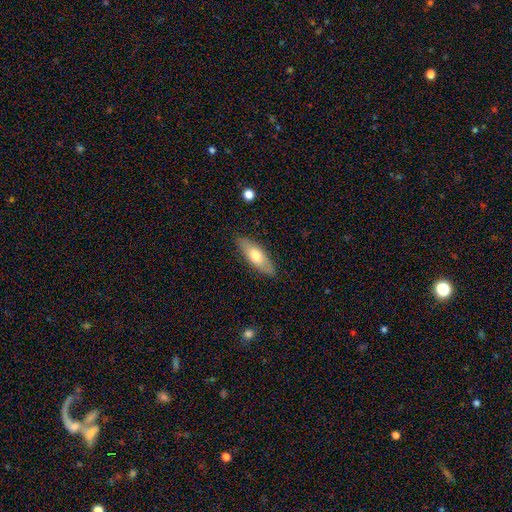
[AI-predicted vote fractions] This appears to be a smooth galaxy with no disk features (65%) that is in between round and cigar-shaped (62%). Merging: none (86%).